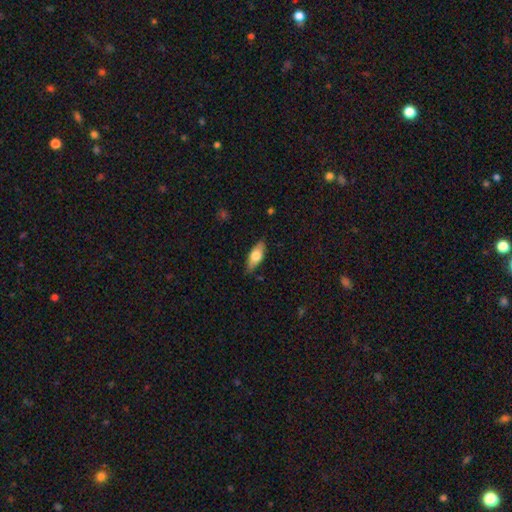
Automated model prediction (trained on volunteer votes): Overall: smooth (67%; featured or disk 27%). How rounded: in between (77%). Merging: none (83%).